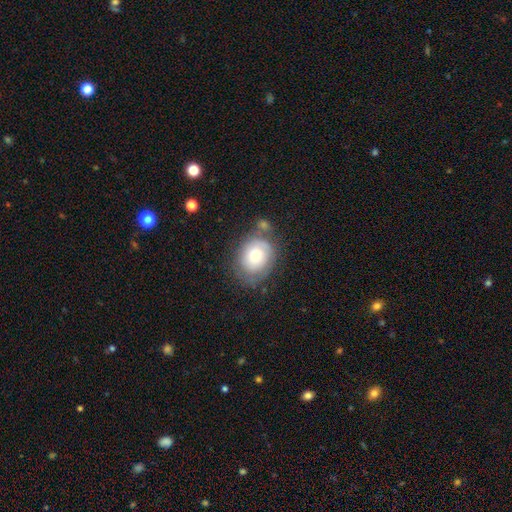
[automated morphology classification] smooth-or-featured: smooth: 63% | featured or disk: 29% | star or artifact: 8%
  how-rounded: round: 57% | in between: 42% | cigar-shaped: 1%
  merging: none: 56% | minor disturbance: 23% | major disturbance: 11% | merger: 10%